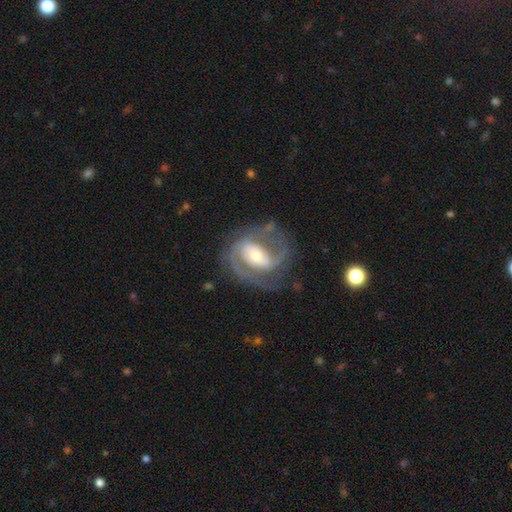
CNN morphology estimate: This appears to be a featured or disk galaxy (89%) with a weak bar (41%), 2 (77%) medium (51%) spiral arms (96%) and a moderate central bulge (54%). Merging: none (67%).